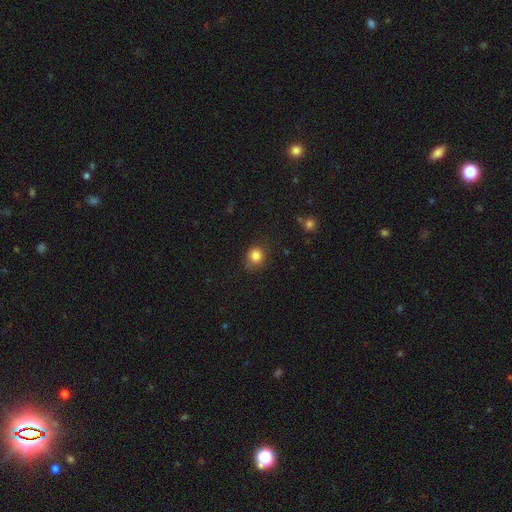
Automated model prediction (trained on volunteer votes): This appears to be a smooth galaxy with no disk features (83%) that is round (77%). Merging: none (73%).